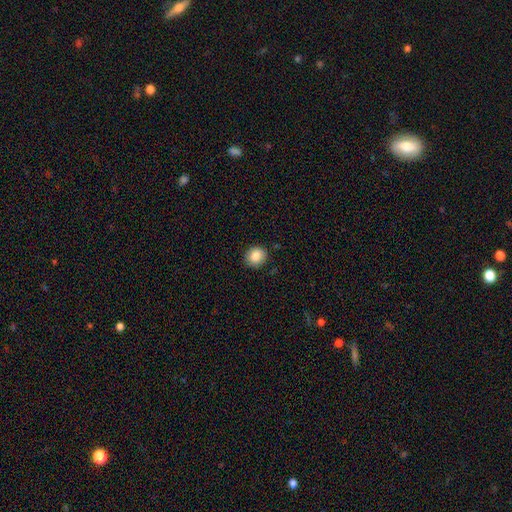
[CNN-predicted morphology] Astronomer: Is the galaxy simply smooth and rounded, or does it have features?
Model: smooth — 86%.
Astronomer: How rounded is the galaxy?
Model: round — 83%.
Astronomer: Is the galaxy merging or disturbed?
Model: none — 87%.